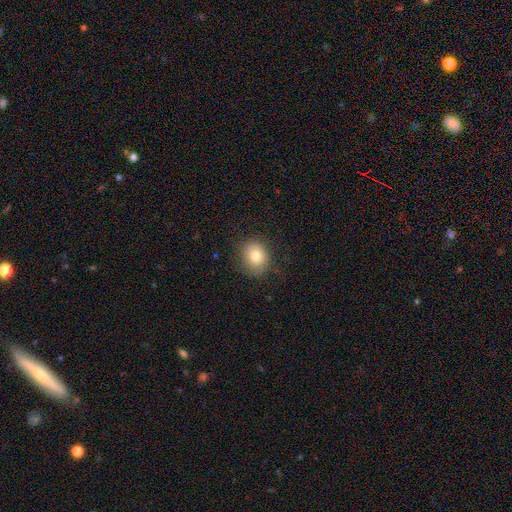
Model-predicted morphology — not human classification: Smooth or featured? Predicted: smooth (p=0.80). How rounded? Predicted: round (p=0.74). Merging? Predicted: none (p=0.81).